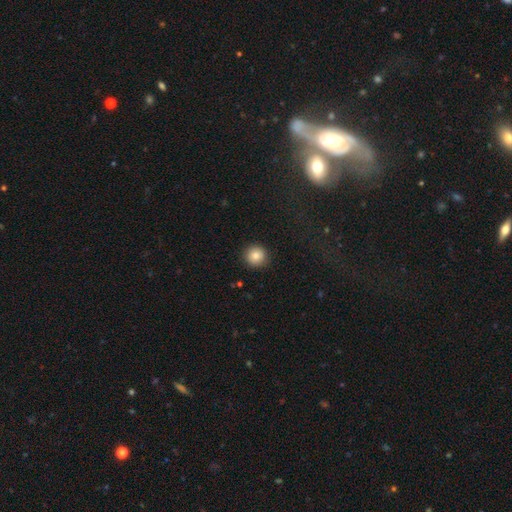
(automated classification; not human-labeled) Smooth or featured: smooth — 84% (star or artifact — 10%)
How rounded: round — 94% (in between — 5%)
Merging: none — 90% (minor disturbance — 7%)